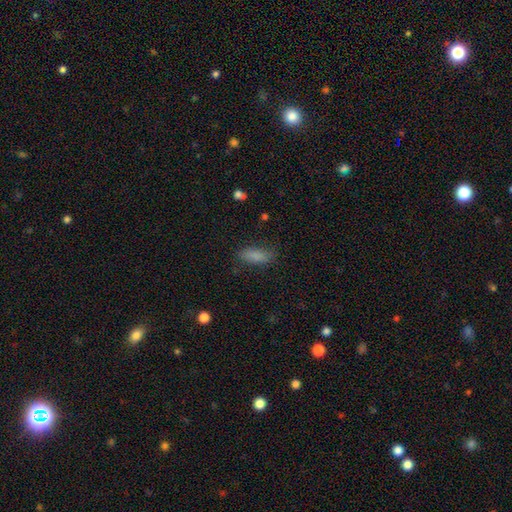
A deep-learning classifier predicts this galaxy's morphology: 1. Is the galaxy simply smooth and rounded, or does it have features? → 85% smooth, 8% star or artifact, 7% featured or disk.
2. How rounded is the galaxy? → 68% in between, 29% cigar-shaped, 2% round.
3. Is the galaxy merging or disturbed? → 79% none, 15% minor disturbance, 4% major disturbance, 1% merger.